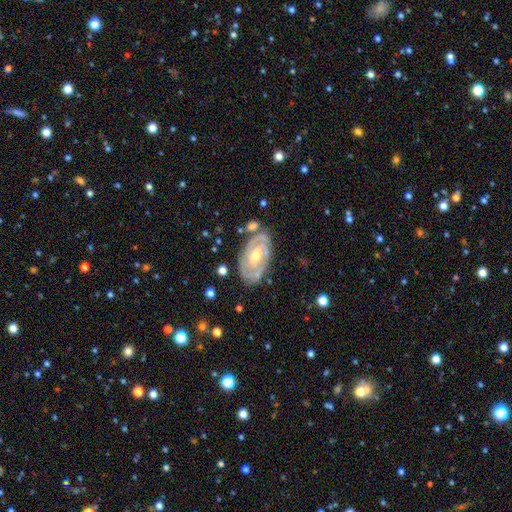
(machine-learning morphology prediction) A featured or disk galaxy (84%) with no bar (48%), 2 (56%) tight (69%) spiral arms (89%) and a moderate central bulge (54%).

Vote fractions:
- Smooth or featured? featured or disk: 84% / smooth: 11% / star or artifact: 5%
- Edge-on disk? no: 95% / yes: 5%
- Bar? no: 48% / weak: 38% / strong: 14%
- Spiral arms? yes: 89% / no: 11%
- Spiral winding? tight: 69% / medium: 25% / loose: 6%
- Spiral arm count? 2: 56% / can't tell: 23% / 3: 11% / 1: 4% / 4: 3% / more than 4: 2%
- Bulge size? moderate: 54% / small: 42% / large: 2% / none: 1% / dominant: 1%
- Merging? none: 74% / minor disturbance: 17% / major disturbance: 5% / merger: 4%